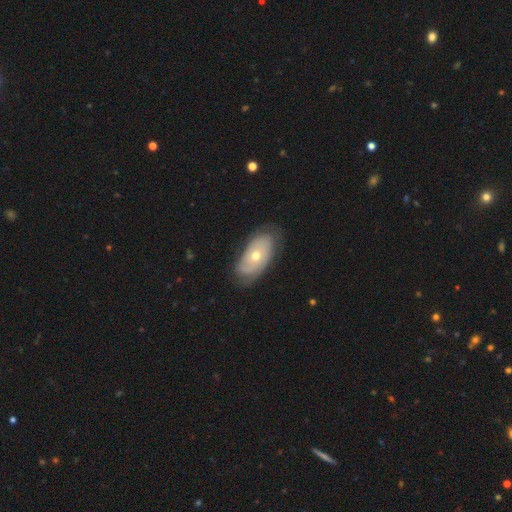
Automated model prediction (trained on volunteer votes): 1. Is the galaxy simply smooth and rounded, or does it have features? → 56% featured or disk, 38% smooth, 6% star or artifact.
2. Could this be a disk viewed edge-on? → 89% no, 11% yes.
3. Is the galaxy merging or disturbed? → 71% none, 21% minor disturbance, 7% major disturbance, 1% merger.